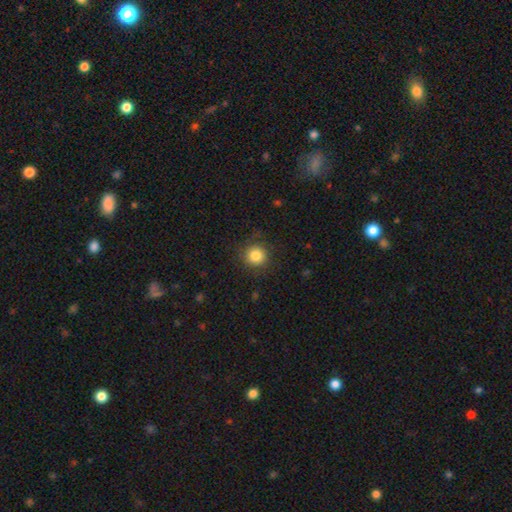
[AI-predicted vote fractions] Morphology: type=smooth (83%); roundness=round (94%); merging=none (86%).